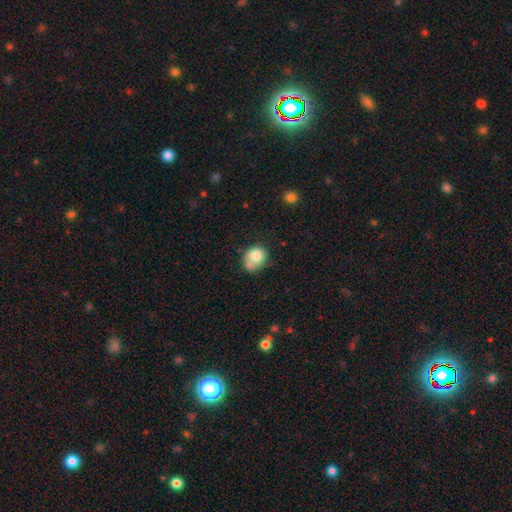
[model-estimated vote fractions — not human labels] smooth_or_featured: smooth (p=0.77) [alt: featured or disk p=0.15]
how_rounded: round (p=0.58) [alt: in between p=0.41]
merging: none (p=0.38) [alt: merger p=0.32]